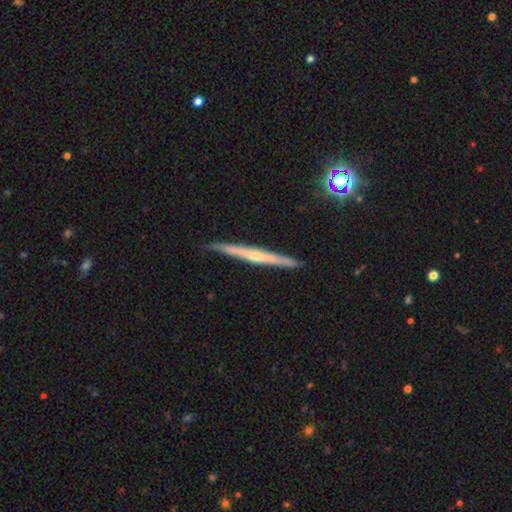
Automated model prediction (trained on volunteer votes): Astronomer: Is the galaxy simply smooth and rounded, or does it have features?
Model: featured or disk — 67%.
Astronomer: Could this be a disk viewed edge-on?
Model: yes — 97%.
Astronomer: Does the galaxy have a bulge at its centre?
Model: rounded — 54% (runner-up: none, 40%).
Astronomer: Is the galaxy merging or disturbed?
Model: none — 89%.